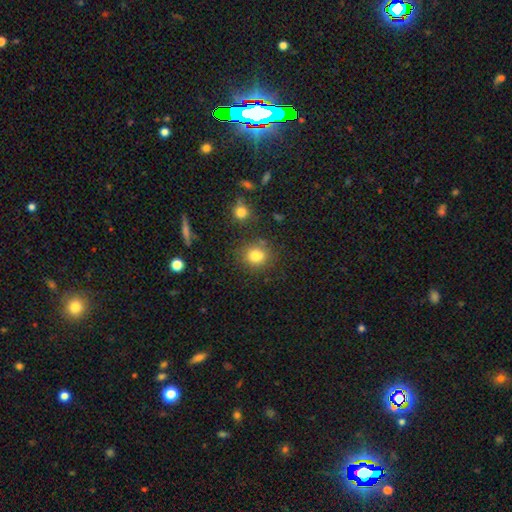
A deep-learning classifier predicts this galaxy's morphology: type=smooth (82%); roundness=round (71%); merging=none (78%).